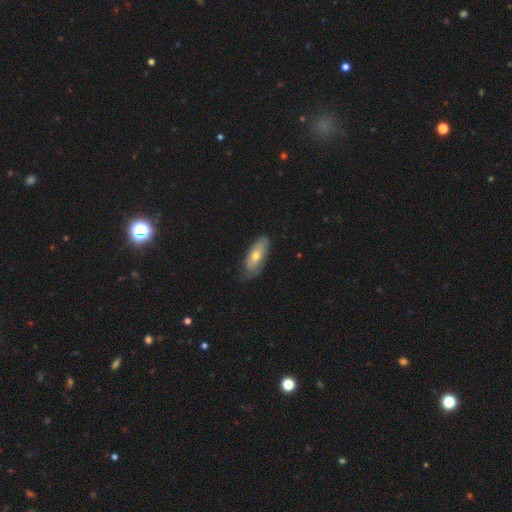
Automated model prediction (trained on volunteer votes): Overall: smooth (57%; featured or disk 37%). How rounded: in between (80%). Merging: none (57%; minor disturbance 32%).